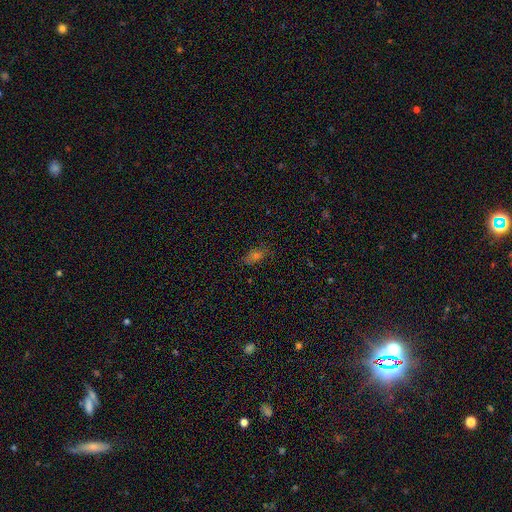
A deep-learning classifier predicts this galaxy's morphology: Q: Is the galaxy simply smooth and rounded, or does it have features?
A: smooth — 59%.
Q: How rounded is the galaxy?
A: in between — 81%.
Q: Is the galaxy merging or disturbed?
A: none — 79%.